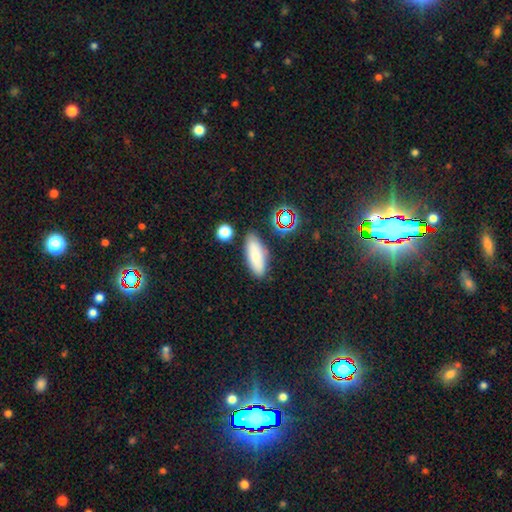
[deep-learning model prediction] smooth_or_featured: smooth (p=0.77) [alt: featured or disk p=0.12]
how_rounded: in between (p=0.72) [alt: cigar-shaped p=0.25]
merging: none (p=0.80) [alt: minor disturbance p=0.13]